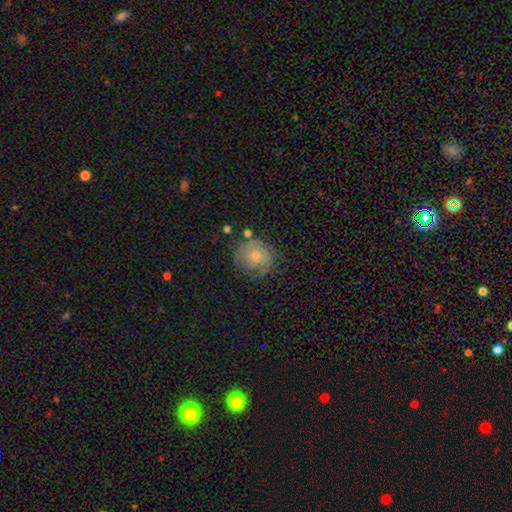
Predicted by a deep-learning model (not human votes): smooth 47%, featured or disk 41%, star or artifact 12%. Down the decision tree: merging — none (69%).